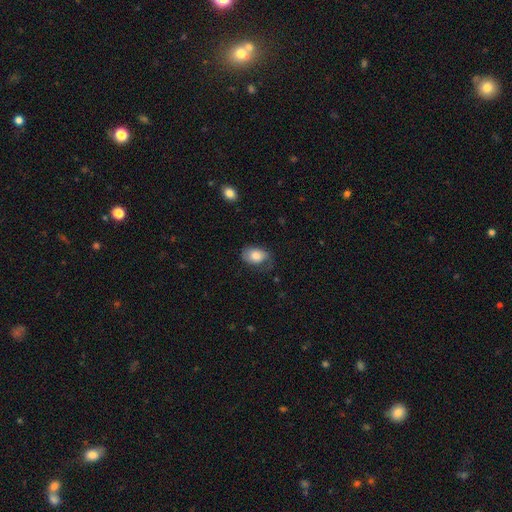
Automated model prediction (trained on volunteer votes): Q: Smooth or featured?
A: smooth (73%); runner-up: featured or disk (20%)
Q: How rounded?
A: in between (84%); runner-up: round (15%)
Q: Merging?
A: none (53%); runner-up: minor disturbance (30%)